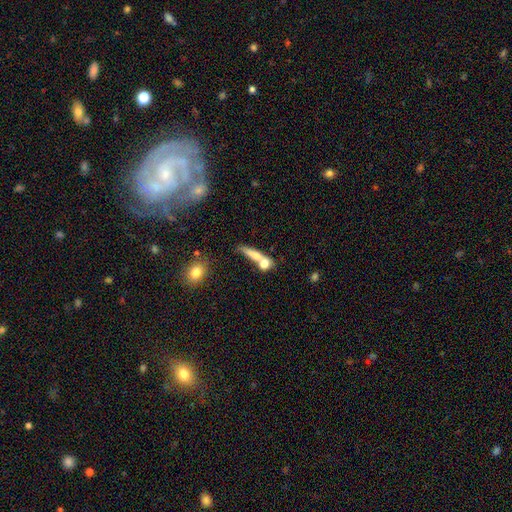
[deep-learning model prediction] Smooth or featured? Predicted: smooth (p=0.66). How rounded? Predicted: cigar-shaped (p=0.63). Merging? Predicted: none (p=0.45).